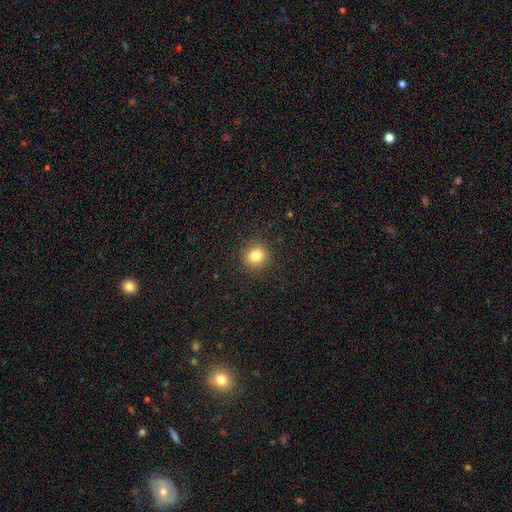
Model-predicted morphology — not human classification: The model was most divided on "smooth or featured": smooth: 82%, star or artifact: 12%, featured or disk: 6%. More confident: merging — none (90%); how rounded — round (87%).